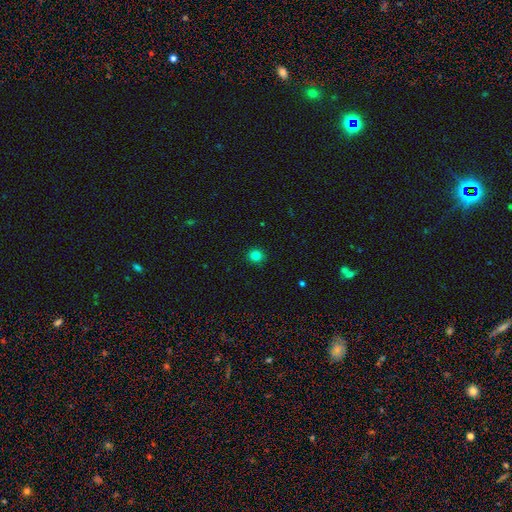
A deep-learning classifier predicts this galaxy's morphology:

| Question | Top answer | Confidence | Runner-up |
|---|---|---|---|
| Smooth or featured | smooth | 82% | star or artifact (13%) |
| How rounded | round | 89% | in between (10%) |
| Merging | none | 92% | minor disturbance (6%) |